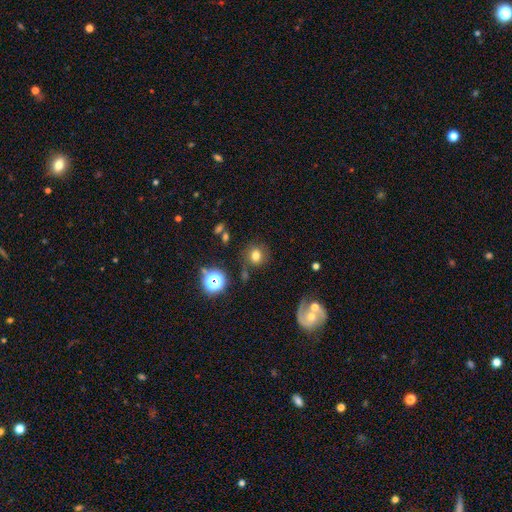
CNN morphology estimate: Overall: smooth (72%). How rounded: round (82%). Merging: none (77%).